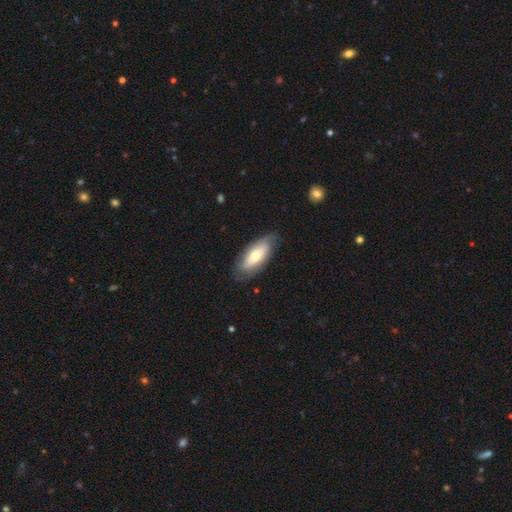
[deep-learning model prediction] Morphology: type=smooth (55%); roundness=in between (83%); merging=none (76%).